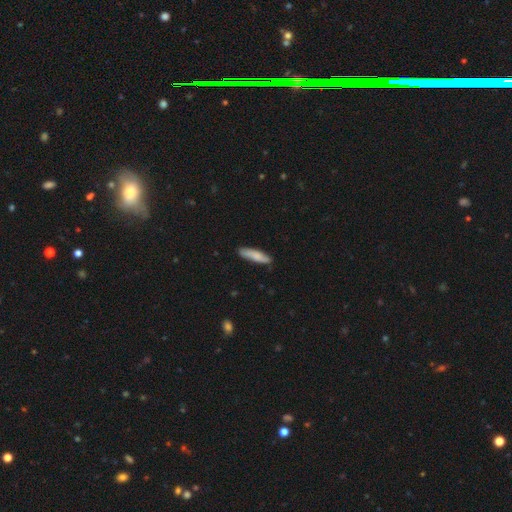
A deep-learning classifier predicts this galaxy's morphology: type=smooth (79%); roundness=cigar-shaped (73%); merging=none (83%).